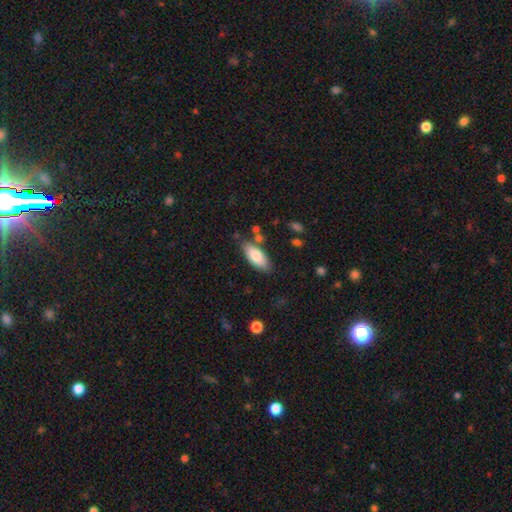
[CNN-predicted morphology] type=smooth (83%); roundness=in between (85%); merging=none (80%).